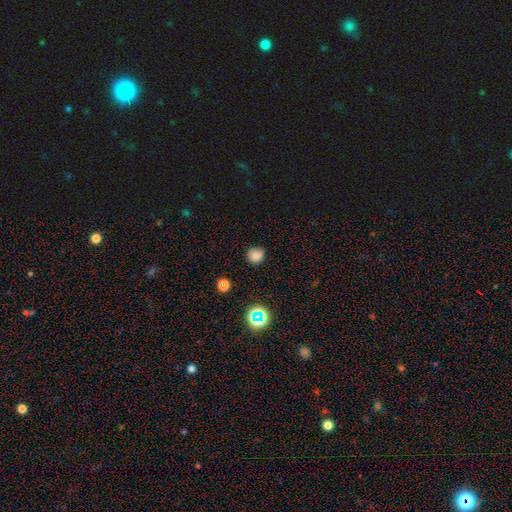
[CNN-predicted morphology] A smooth galaxy with no disk features (78%) that is round (91%).

Vote fractions:
- Smooth or featured? smooth: 78% / star or artifact: 17% / featured or disk: 5%
- How rounded? round: 91% / in between: 8% / cigar-shaped: 1%
- Merging? none: 86% / minor disturbance: 10% / major disturbance: 3% / merger: 1%